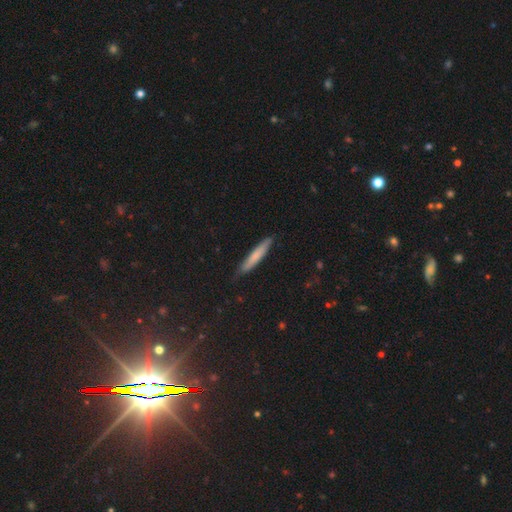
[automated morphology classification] smooth 71%, featured or disk 23%, star or artifact 6%. Down the decision tree: how rounded — cigar-shaped (93%); merging — none (84%).